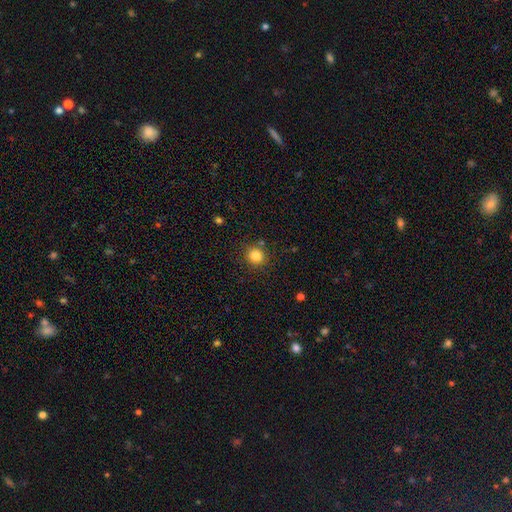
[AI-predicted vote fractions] A smooth galaxy with no disk features (83%) that is round (89%). Merging: none (86%).